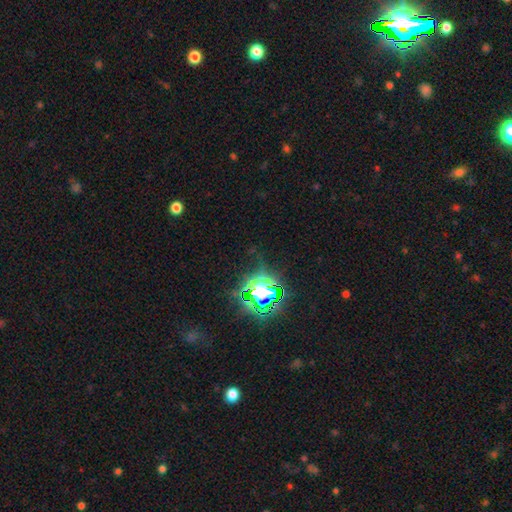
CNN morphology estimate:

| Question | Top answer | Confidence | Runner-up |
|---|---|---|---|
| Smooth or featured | star or artifact | 79% | smooth (13%) |